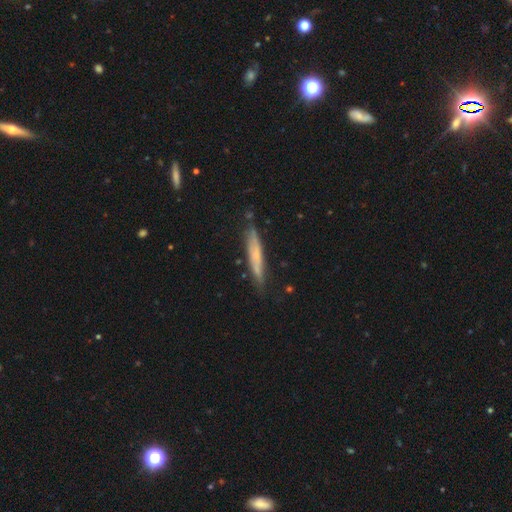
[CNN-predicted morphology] Smooth or featured: smooth — 54% (featured or disk — 40%)
How rounded: cigar-shaped — 93% (in between — 6%)
Merging: none — 79% (minor disturbance — 16%)